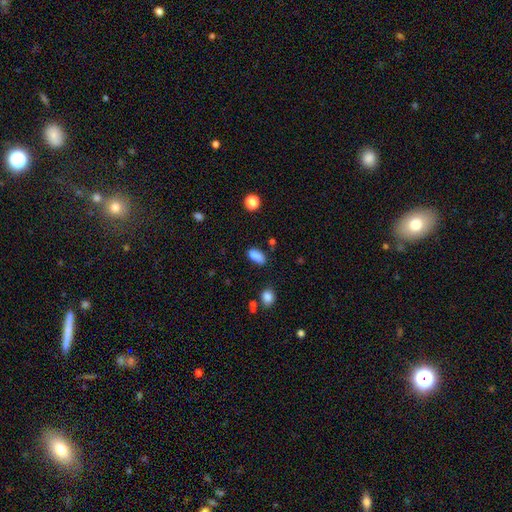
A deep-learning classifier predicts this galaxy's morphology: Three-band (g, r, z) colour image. It shows a smooth galaxy with no disk features (86%) that is in between round and cigar-shaped (88%). Merging: none (74%).